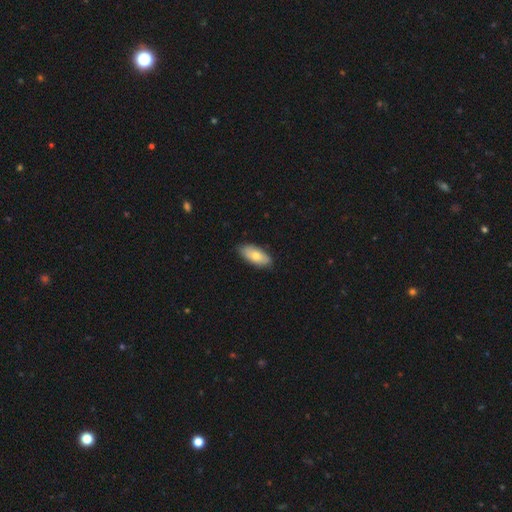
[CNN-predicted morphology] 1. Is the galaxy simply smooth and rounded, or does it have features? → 75% smooth, 20% featured or disk, 6% star or artifact.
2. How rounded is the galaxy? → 87% in between, 11% cigar-shaped, 2% round.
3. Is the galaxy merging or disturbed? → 85% none, 12% minor disturbance, 2% major disturbance, 1% merger.